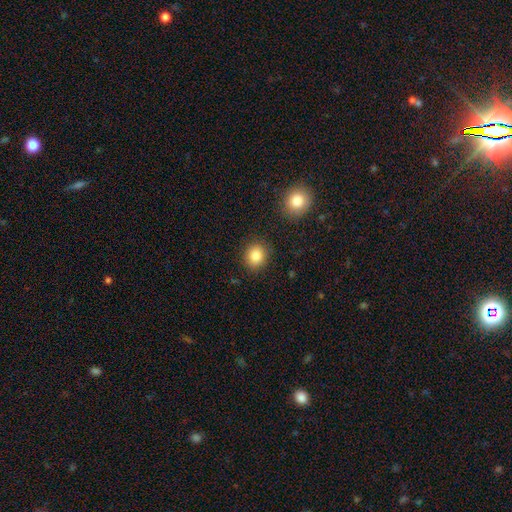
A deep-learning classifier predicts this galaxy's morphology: A smooth galaxy with no disk features (84%) that is round (74%). Merging: none (88%).